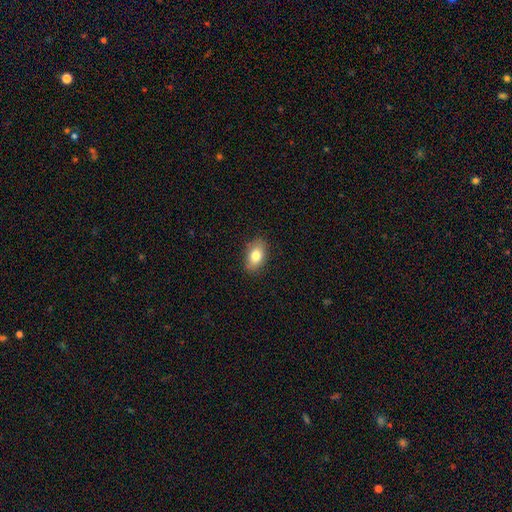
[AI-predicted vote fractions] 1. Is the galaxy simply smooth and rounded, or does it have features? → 80% smooth, 12% featured or disk, 8% star or artifact.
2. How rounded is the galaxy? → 88% in between, 10% round, 2% cigar-shaped.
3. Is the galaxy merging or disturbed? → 86% none, 11% minor disturbance, 2% major disturbance, 1% merger.